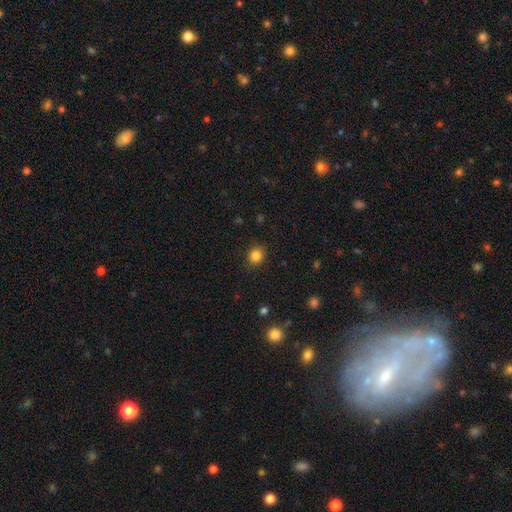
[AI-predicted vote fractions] A smooth galaxy with no disk features (84%) that is round (84%).

Vote fractions:
- Smooth or featured? smooth: 84% / star or artifact: 12% / featured or disk: 5%
- How rounded? round: 84% / in between: 15% / cigar-shaped: 1%
- Merging? none: 87% / minor disturbance: 9% / major disturbance: 3% / merger: 1%